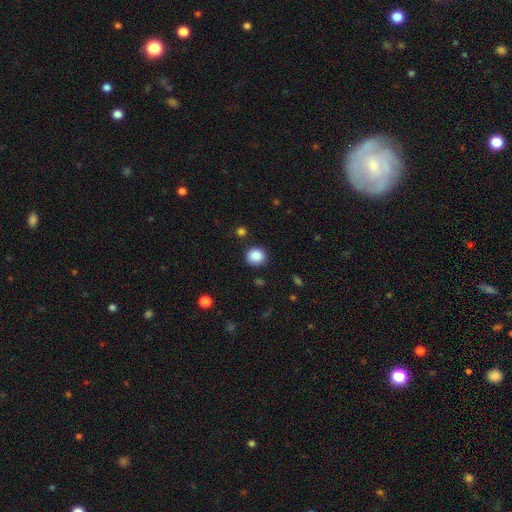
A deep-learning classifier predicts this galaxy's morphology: smooth-or-featured: smooth: 87% | star or artifact: 9% | featured or disk: 3%
  how-rounded: round: 84% | in between: 15% | cigar-shaped: 1%
  merging: none: 85% | minor disturbance: 10% | major disturbance: 3% | merger: 2%